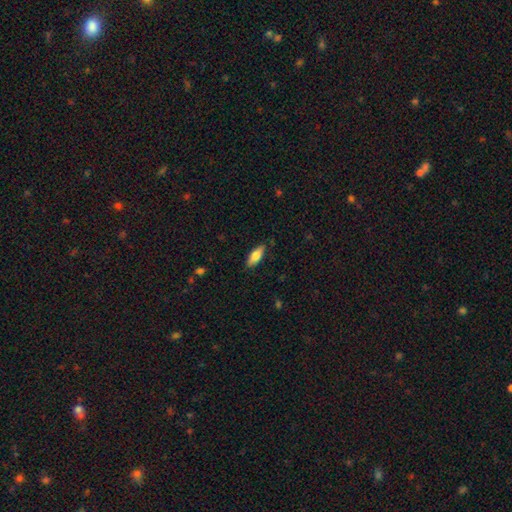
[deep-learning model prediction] Smooth or featured?
  - smooth: 72% *
  - featured or disk: 22%
  - star or artifact: 6%
How rounded?
  - in between: 70% *
  - cigar-shaped: 27%
  - round: 2%
Merging?
  - none: 85% *
  - minor disturbance: 12%
  - major disturbance: 2%
  - merger: 1%